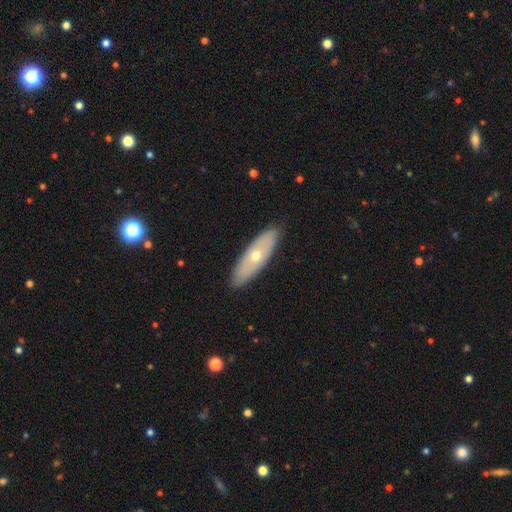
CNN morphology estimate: Q: Smooth or featured?
A: smooth (48%); runner-up: featured or disk (46%)
Q: Merging?
A: none (87%); runner-up: minor disturbance (10%)